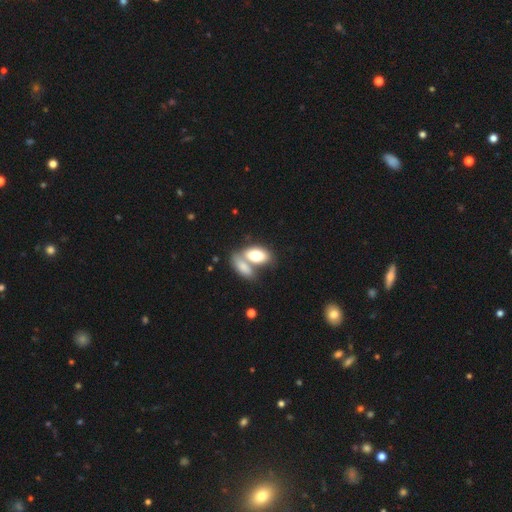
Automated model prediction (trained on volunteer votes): Smooth or featured: smooth — 75% (featured or disk — 19%)
How rounded: in between — 90% (round — 6%)
Merging: merger — 59% (none — 28%)